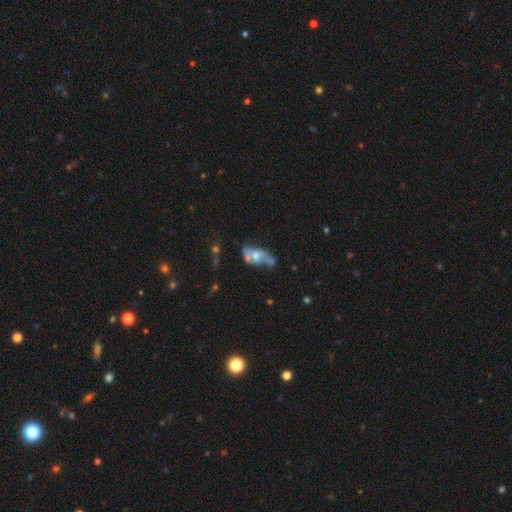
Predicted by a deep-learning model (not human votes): featured or disk 54%, smooth 37%, star or artifact 9%. Down the decision tree: edge-on disk — no (85%); merging — none (34%).